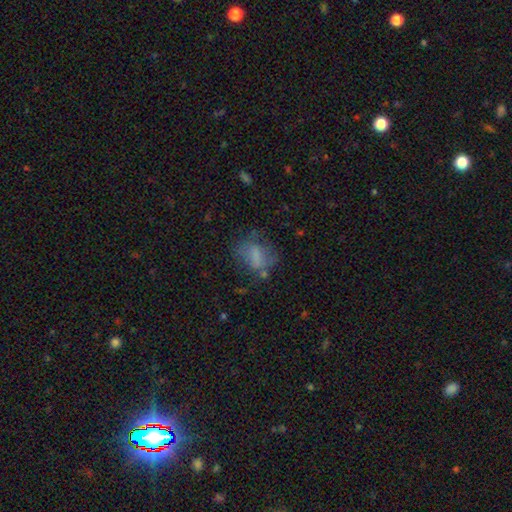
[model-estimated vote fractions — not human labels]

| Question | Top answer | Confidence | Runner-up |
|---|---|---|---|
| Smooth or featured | smooth | 64% | featured or disk (23%) |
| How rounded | in between | 71% | round (25%) |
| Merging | none | 48% | minor disturbance (24%) |